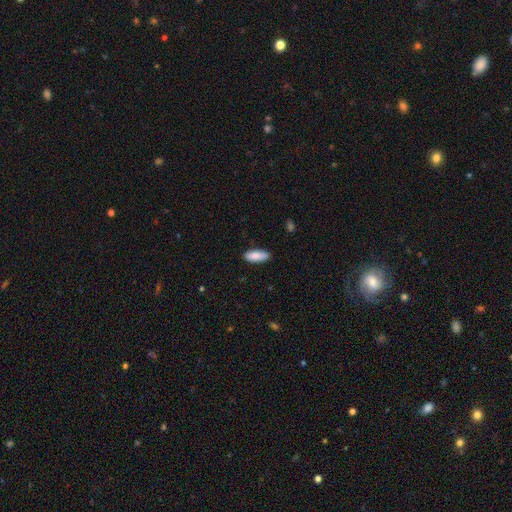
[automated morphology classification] Q: Smooth or featured?
A: smooth (86%); runner-up: featured or disk (8%)
Q: How rounded?
A: in between (78%); runner-up: cigar-shaped (20%)
Q: Merging?
A: none (86%); runner-up: minor disturbance (11%)